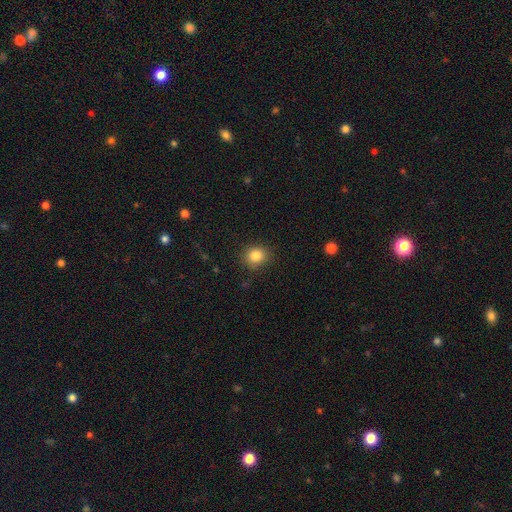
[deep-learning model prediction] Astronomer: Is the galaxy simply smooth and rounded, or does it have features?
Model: smooth — 84%.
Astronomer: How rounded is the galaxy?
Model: round — 75%.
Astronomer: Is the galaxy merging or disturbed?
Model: none — 85%.